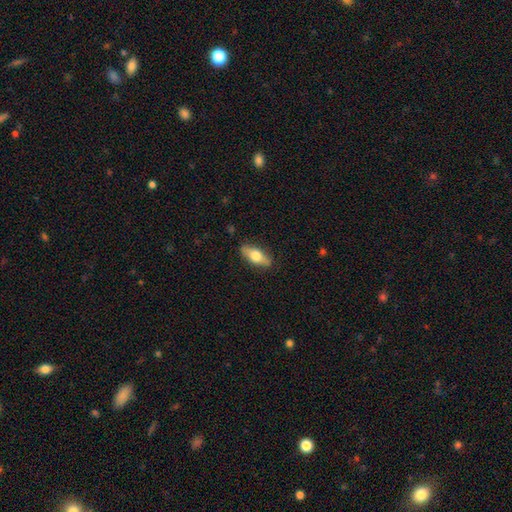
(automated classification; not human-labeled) Smooth or featured? Predicted: smooth (p=0.65). How rounded? Predicted: in between (p=0.74). Merging? Predicted: none (p=0.85).